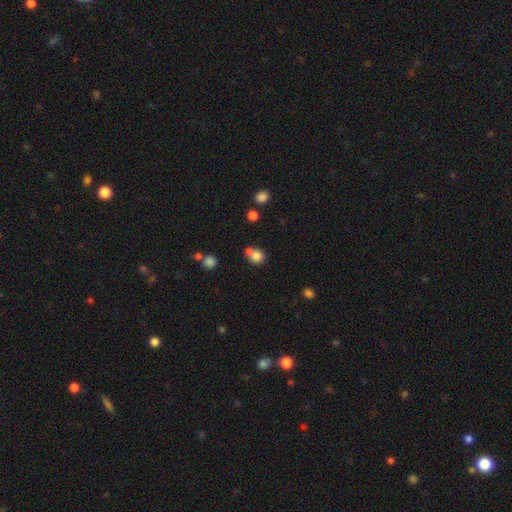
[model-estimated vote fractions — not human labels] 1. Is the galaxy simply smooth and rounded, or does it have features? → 79% smooth, 11% star or artifact, 10% featured or disk.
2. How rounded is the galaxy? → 75% round, 24% in between, 1% cigar-shaped.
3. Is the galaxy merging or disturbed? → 42% merger (tied), 42% none (tied), 12% minor disturbance, 4% major disturbance.